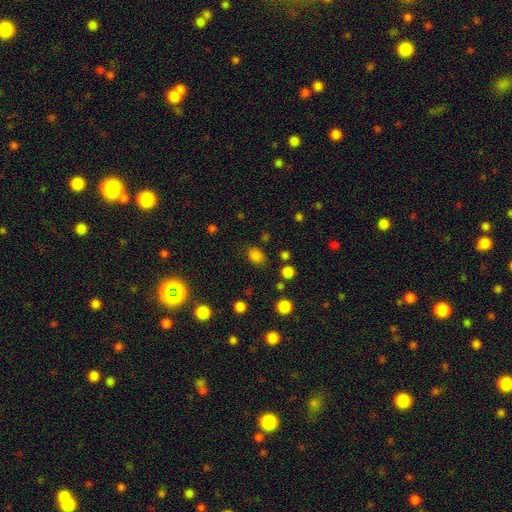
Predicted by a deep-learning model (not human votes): Smooth or featured? smooth (80%)
How rounded? in between (63%)
Merging? none (78%)